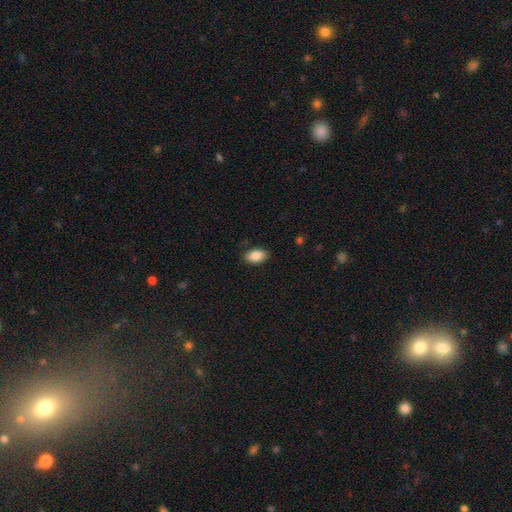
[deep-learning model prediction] Q: Smooth or featured?
A: smooth (88%); runner-up: star or artifact (7%)
Q: How rounded?
A: in between (92%); runner-up: round (7%)
Q: Merging?
A: none (87%); runner-up: minor disturbance (10%)